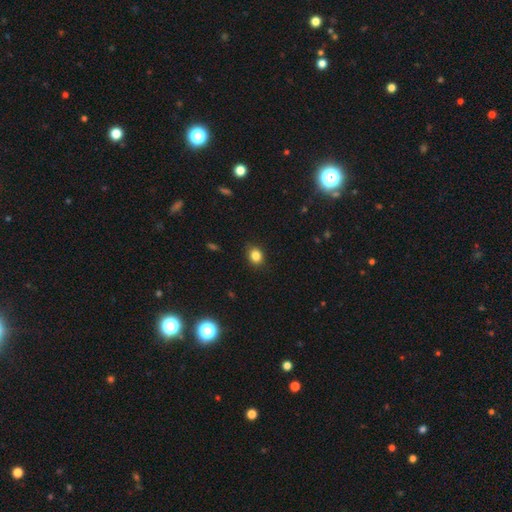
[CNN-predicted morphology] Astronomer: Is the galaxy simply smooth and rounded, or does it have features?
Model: smooth — 84%.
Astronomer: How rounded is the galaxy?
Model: round — 55% (runner-up: in between, 44%).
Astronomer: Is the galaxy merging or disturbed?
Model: none — 85%.